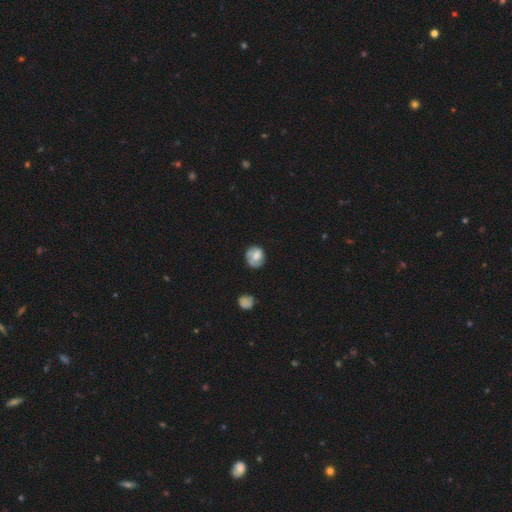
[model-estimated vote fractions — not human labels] Smooth or featured? smooth (61%)
How rounded? round (73%)
Merging? none (57%)